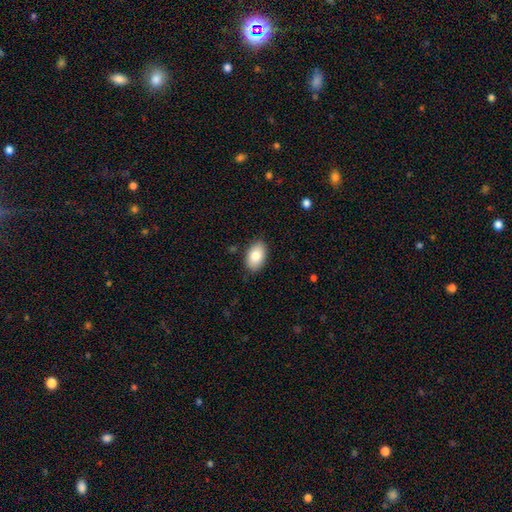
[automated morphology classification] Smooth or featured: smooth — 85% (featured or disk — 9%)
How rounded: in between — 93% (round — 6%)
Merging: none — 86% (minor disturbance — 10%)